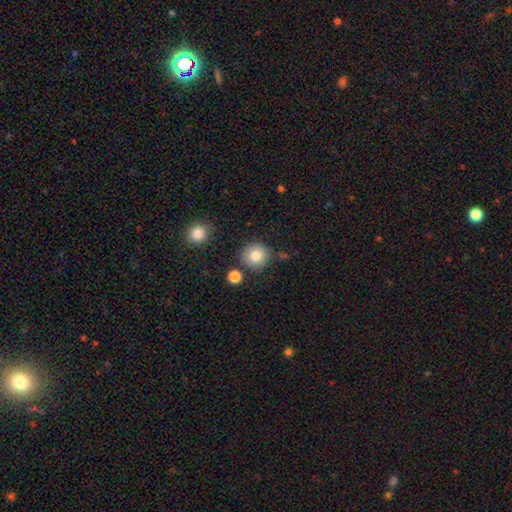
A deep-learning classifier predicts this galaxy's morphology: smooth_or_featured: smooth (p=0.82) [alt: star or artifact p=0.10]
how_rounded: round (p=0.93) [alt: in between p=0.06]
merging: none (p=0.81) [alt: minor disturbance p=0.10]